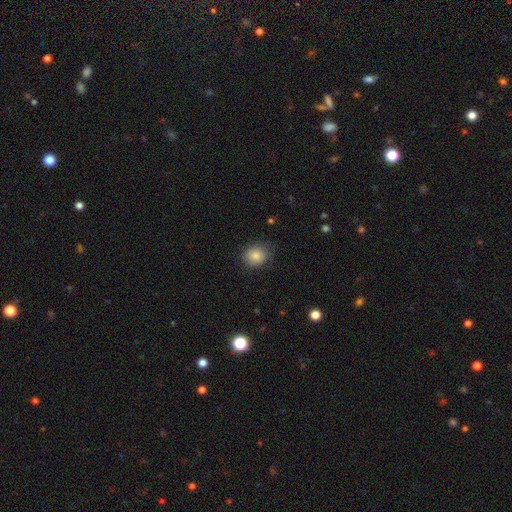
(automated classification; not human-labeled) Smooth or featured: smooth — 84% (star or artifact — 10%)
How rounded: round — 73% (in between — 26%)
Merging: none — 80% (minor disturbance — 16%)